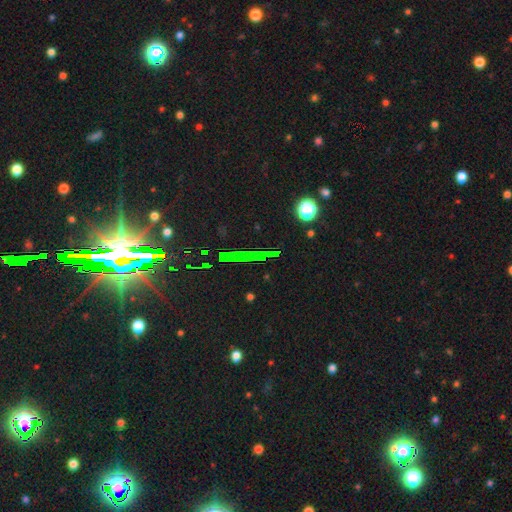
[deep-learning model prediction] Morphology: type=star or artifact (71%).